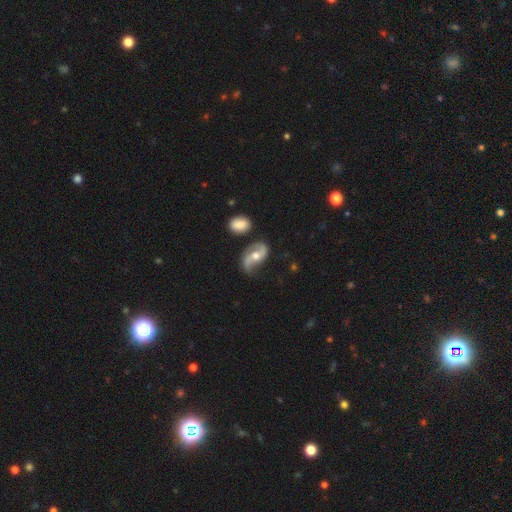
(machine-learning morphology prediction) A featured or disk galaxy (84%) with no bar (50%), 2 (90%) loose (67%) spiral arms (95%) and a moderate central bulge (68%). Merging: none (63%).